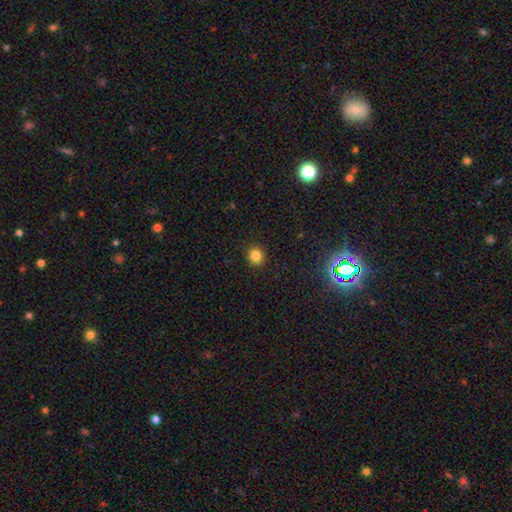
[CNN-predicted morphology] A smooth galaxy with no disk features (82%) that is round (86%).

Vote fractions:
- Smooth or featured? smooth: 82% / star or artifact: 13% / featured or disk: 5%
- How rounded? round: 86% / in between: 13% / cigar-shaped: 1%
- Merging? none: 92% / minor disturbance: 5% / major disturbance: 2% / merger: 1%